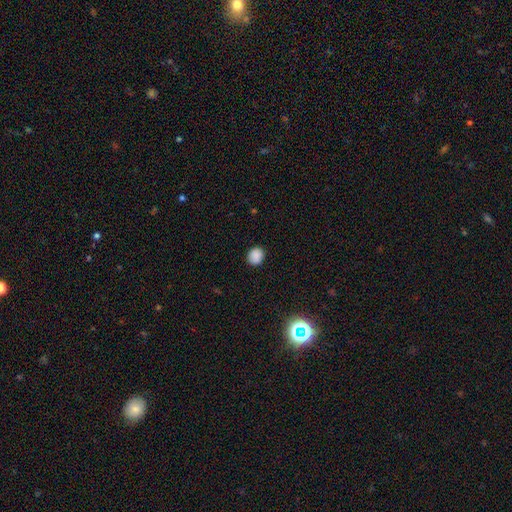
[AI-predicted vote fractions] A smooth galaxy with no disk features (86%) that is round (67%).

Vote fractions:
- Smooth or featured? smooth: 86% / star or artifact: 10% / featured or disk: 4%
- How rounded? round: 67% / in between: 32% / cigar-shaped: 1%
- Merging? none: 87% / minor disturbance: 10% / major disturbance: 2% / merger: 1%